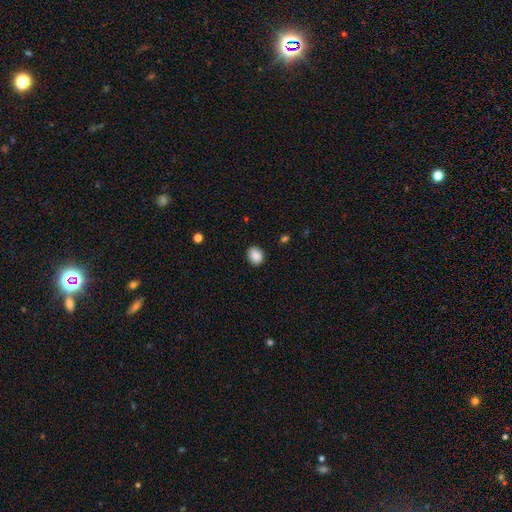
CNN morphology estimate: smooth_or_featured: smooth (p=0.89) [alt: star or artifact p=0.08]
how_rounded: round (p=0.52) [alt: in between p=0.47]
merging: none (p=0.87) [alt: minor disturbance p=0.10]